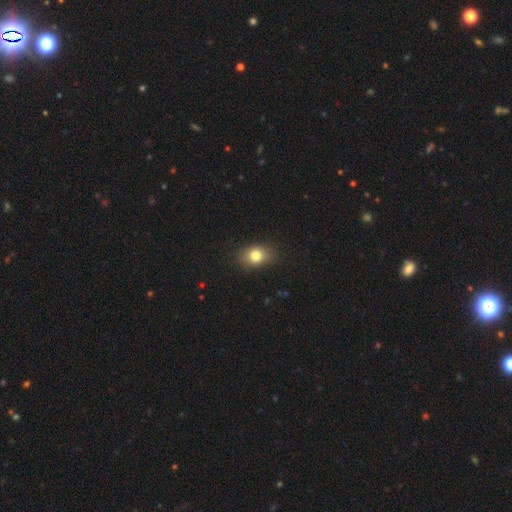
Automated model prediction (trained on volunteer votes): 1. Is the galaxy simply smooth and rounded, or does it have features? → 80% smooth, 11% star or artifact, 10% featured or disk.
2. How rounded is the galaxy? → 63% in between, 36% round, 2% cigar-shaped.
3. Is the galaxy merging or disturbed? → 82% none, 13% minor disturbance, 3% major disturbance, 1% merger.